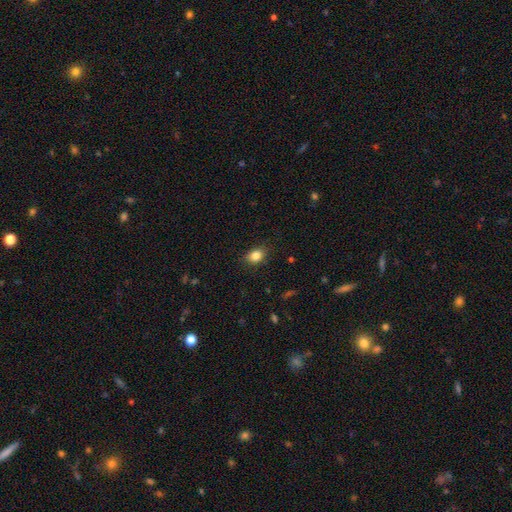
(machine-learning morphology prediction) Smooth or featured: smooth — 84% (star or artifact — 9%)
How rounded: in between — 67% (round — 32%)
Merging: none — 83% (minor disturbance — 13%)